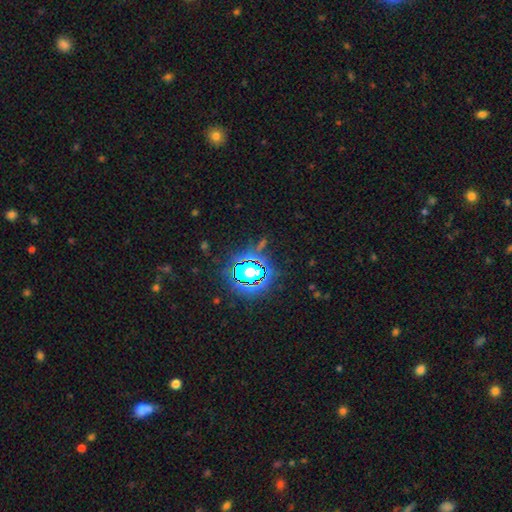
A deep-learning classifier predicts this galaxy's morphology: Q: Smooth or featured?
A: star or artifact (82%); runner-up: smooth (11%)